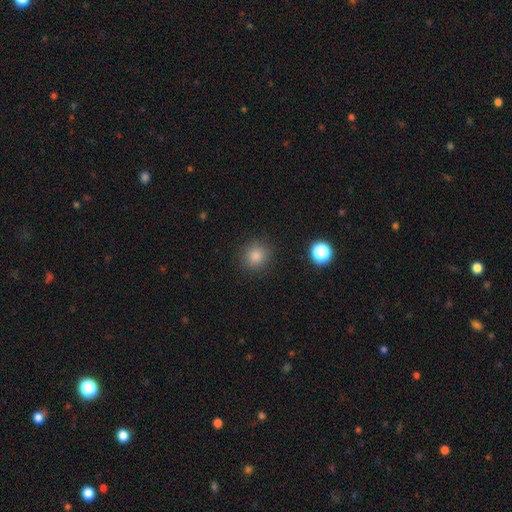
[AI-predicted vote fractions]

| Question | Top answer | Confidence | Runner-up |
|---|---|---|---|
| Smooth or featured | smooth | 82% | star or artifact (14%) |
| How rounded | round | 89% | in between (10%) |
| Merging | none | 90% | minor disturbance (7%) |